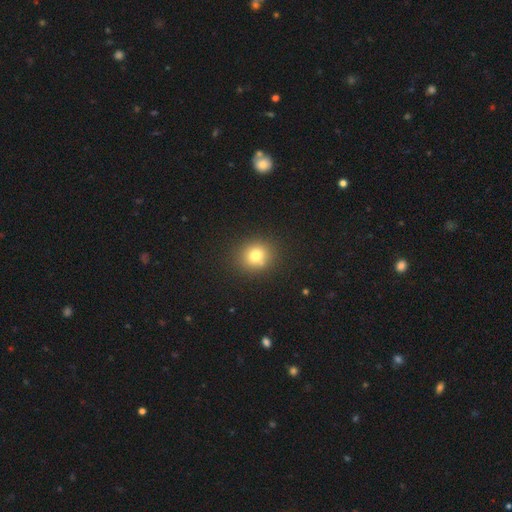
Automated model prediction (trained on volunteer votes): Smooth or featured: smooth — 77% (star or artifact — 14%)
How rounded: round — 79% (in between — 20%)
Merging: none — 85% (minor disturbance — 9%)